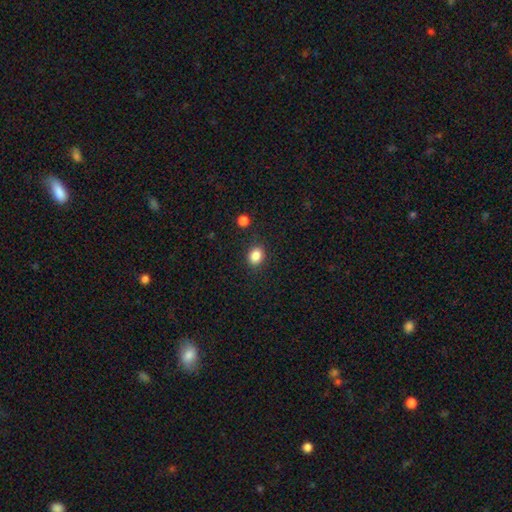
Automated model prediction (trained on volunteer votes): A smooth galaxy with no disk features (86%) that is in between round and cigar-shaped (52%).

Vote fractions:
- Smooth or featured? smooth: 86% / star or artifact: 10% / featured or disk: 4%
- How rounded? in between: 52% / round: 47% / cigar-shaped: 1%
- Merging? none: 87% / minor disturbance: 9% / major disturbance: 3% / merger: 2%